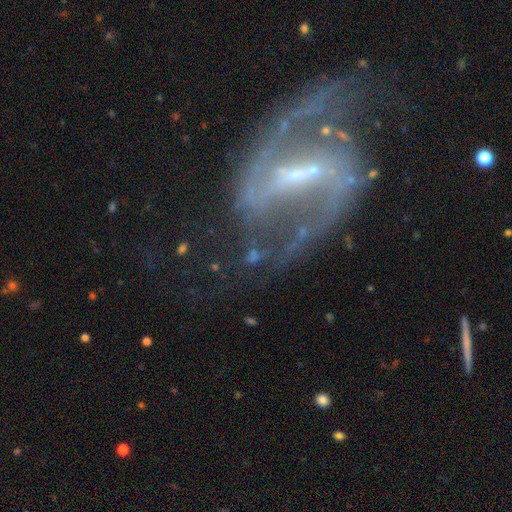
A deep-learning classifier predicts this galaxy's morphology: smooth_or_featured: featured or disk (p=0.81) [alt: star or artifact p=0.11]
disk_edge_on: no (p=0.95) [alt: yes p=0.05]
bar: strong (p=0.54) [alt: weak p=0.31]
has_spiral_arms: yes (p=0.81) [alt: no p=0.19]
spiral_winding: medium (p=0.42) [alt: loose p=0.38]
spiral_arm_count: 2 (p=0.79) [alt: can't tell p=0.09]
bulge_size: small (p=0.62) [alt: moderate p=0.21]
merging: none (p=0.56) [alt: major disturbance p=0.20]